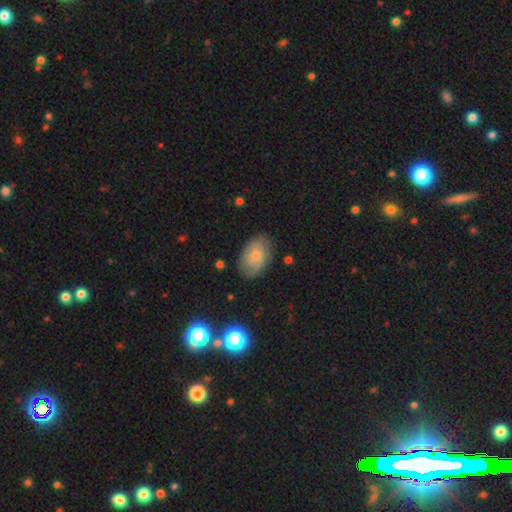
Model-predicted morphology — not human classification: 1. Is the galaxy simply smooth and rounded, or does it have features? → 48% featured or disk, 45% smooth, 7% star or artifact.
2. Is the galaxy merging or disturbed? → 75% none, 18% minor disturbance, 5% major disturbance, 1% merger.